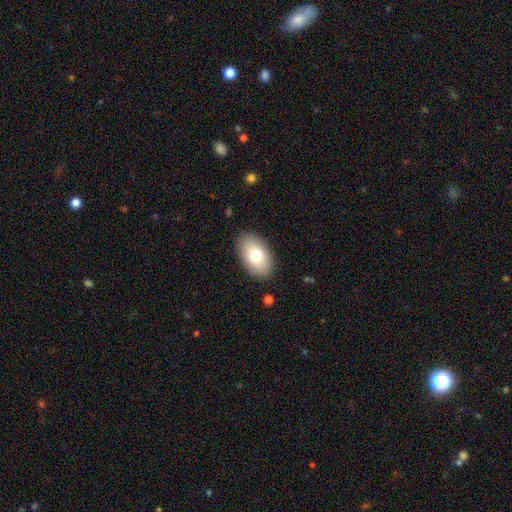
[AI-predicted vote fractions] A smooth galaxy with no disk features (77%) that is in between round and cigar-shaped (94%).

Vote fractions:
- Smooth or featured? smooth: 77% / featured or disk: 17% / star or artifact: 7%
- How rounded? in between: 94% / round: 5% / cigar-shaped: 1%
- Merging? none: 87% / minor disturbance: 9% / major disturbance: 2% / merger: 1%